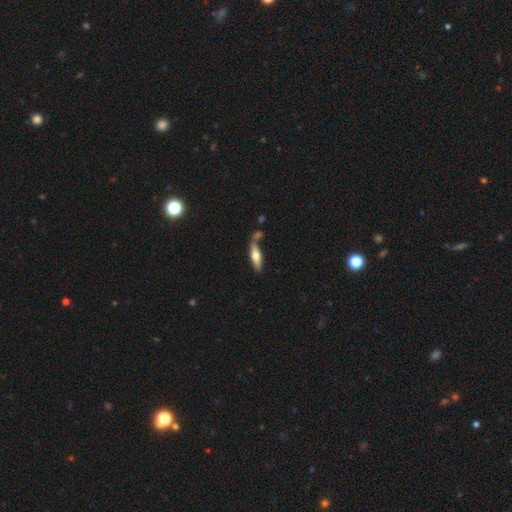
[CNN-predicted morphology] type=smooth (51%); roundness=cigar-shaped (61%); merging=none (66%).